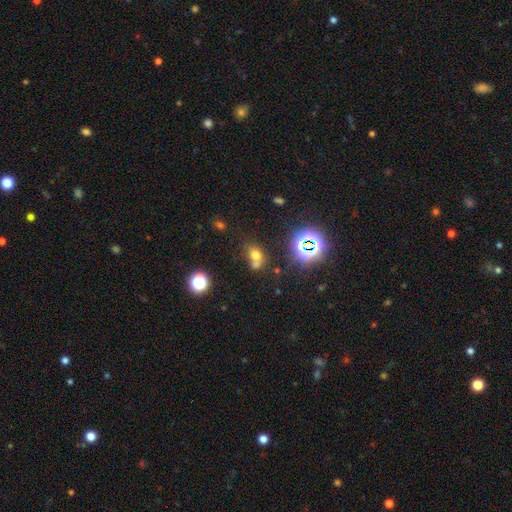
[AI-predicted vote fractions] A smooth galaxy with no disk features (62%) that is round (52%). Merging: merger (45%).